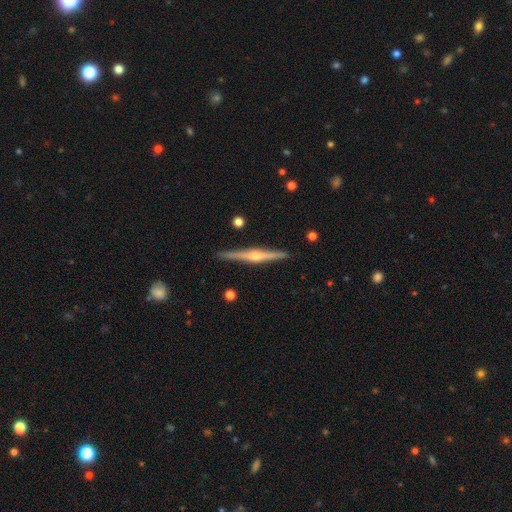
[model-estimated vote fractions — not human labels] Smooth or featured? Predicted: featured or disk (p=0.83). Edge-on disk? Predicted: yes (p=0.98). Edge-on bulge? Predicted: rounded (p=0.90). Merging? Predicted: none (p=0.92).